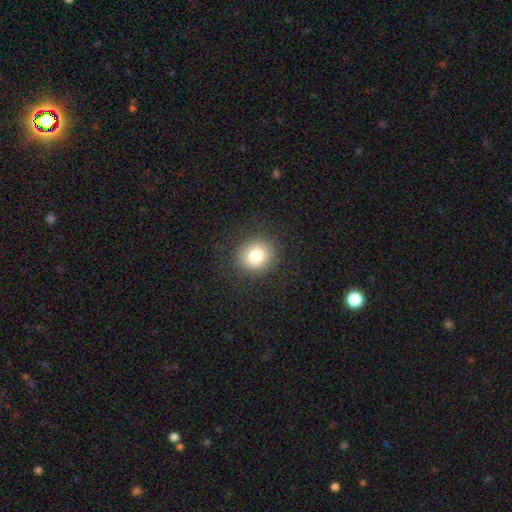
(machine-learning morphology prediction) The model was most divided on "how rounded": round: 84%, in between: 15%, cigar-shaped: 1%. More confident: merging — none (87%); smooth or featured — smooth (81%).